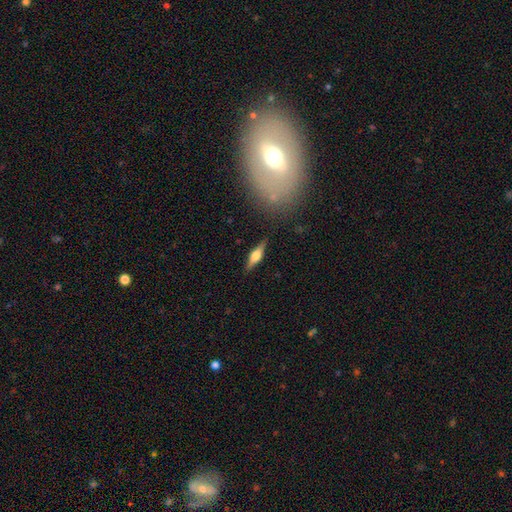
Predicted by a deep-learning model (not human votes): Overall: featured or disk (59%; smooth 34%). Edge-on disk: yes (95%). Edge-on bulge: rounded (91%). Merging: none (87%).